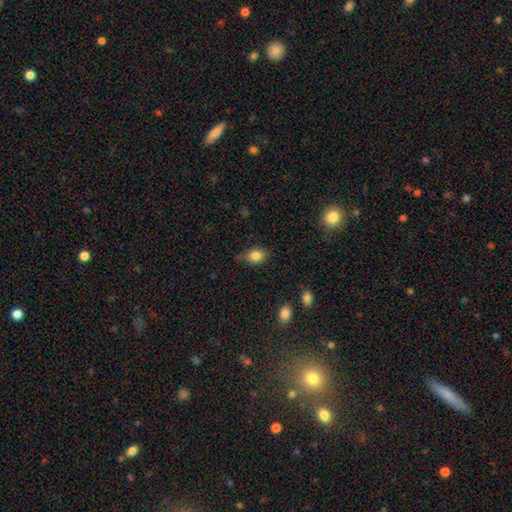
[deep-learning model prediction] This appears to be a smooth galaxy with no disk features (84%) that is in between round and cigar-shaped (60%). Merging: none (68%).